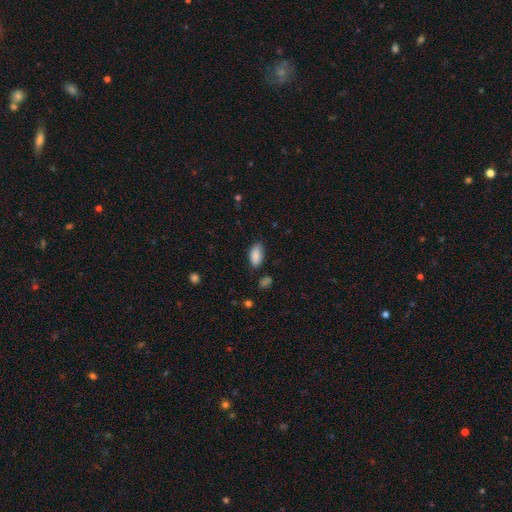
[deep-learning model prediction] Q: Smooth or featured?
A: smooth (88%); runner-up: star or artifact (7%)
Q: How rounded?
A: in between (93%); runner-up: cigar-shaped (4%)
Q: Merging?
A: none (78%); runner-up: minor disturbance (16%)